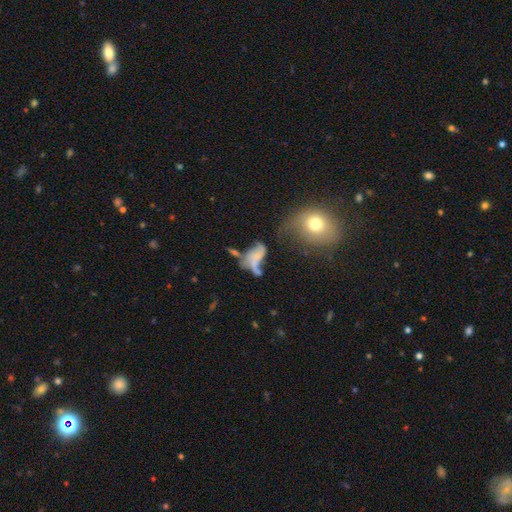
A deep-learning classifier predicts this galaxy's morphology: The model was most divided on "merging": merger: 35%, major disturbance: 32%, none: 19%, minor disturbance: 14%. Remaining: smooth or featured — featured or disk (47%).